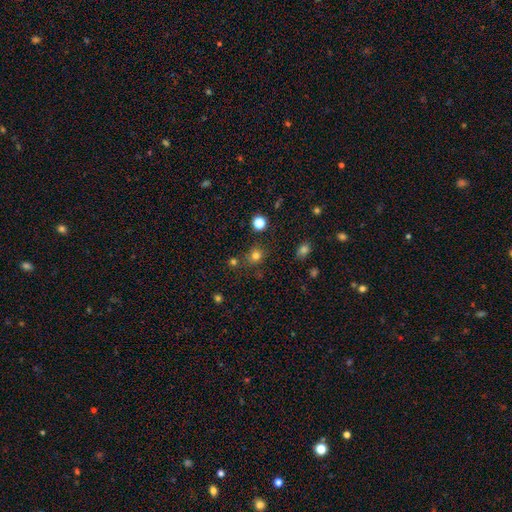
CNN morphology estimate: Overall: smooth (76%). How rounded: round (82%). Merging: none (77%).